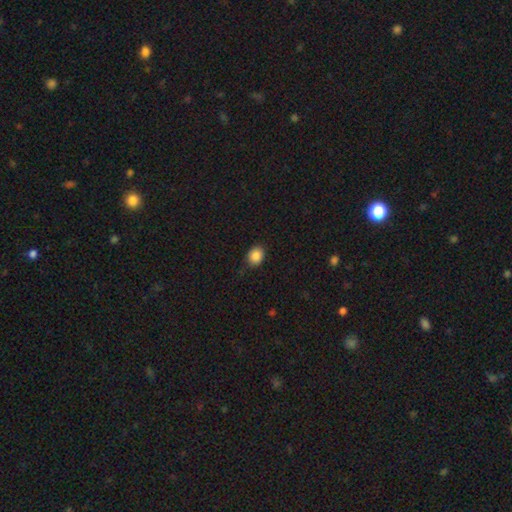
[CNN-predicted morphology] Q: Smooth or featured?
A: smooth (87%); runner-up: star or artifact (9%)
Q: How rounded?
A: in between (54%); runner-up: round (45%)
Q: Merging?
A: none (82%); runner-up: minor disturbance (14%)